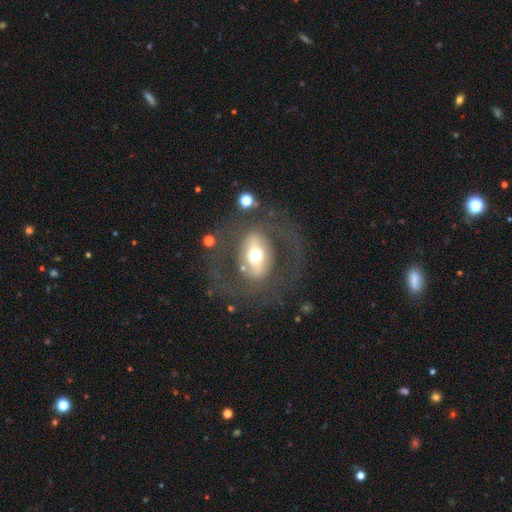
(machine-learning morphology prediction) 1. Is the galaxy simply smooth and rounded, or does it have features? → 62% featured or disk, 30% smooth, 8% star or artifact.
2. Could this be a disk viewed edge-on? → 90% no, 10% yes.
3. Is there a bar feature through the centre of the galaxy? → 47% strong, 27% no, 26% weak.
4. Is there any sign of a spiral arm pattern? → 66% no, 34% yes.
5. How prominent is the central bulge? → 65% moderate, 22% large, 9% small, 4% dominant, 1% none.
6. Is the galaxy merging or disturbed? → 68% none, 16% major disturbance, 13% minor disturbance, 3% merger.